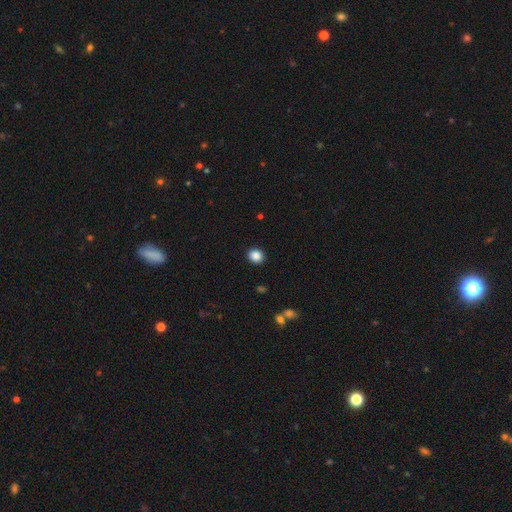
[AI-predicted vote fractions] smooth-or-featured: smooth: 87% | star or artifact: 10% | featured or disk: 3%
  how-rounded: round: 80% | in between: 19% | cigar-shaped: 1%
  merging: none: 92% | minor disturbance: 5% | major disturbance: 2% | merger: 1%